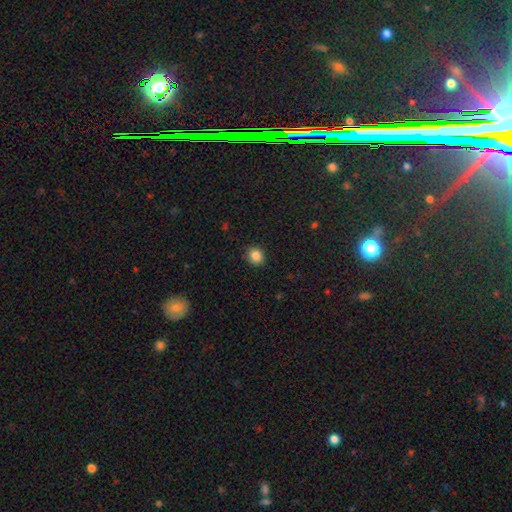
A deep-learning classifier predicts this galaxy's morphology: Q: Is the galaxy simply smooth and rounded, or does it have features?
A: smooth — 85%.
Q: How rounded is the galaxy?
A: round — 80%.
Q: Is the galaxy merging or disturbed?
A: none — 89%.